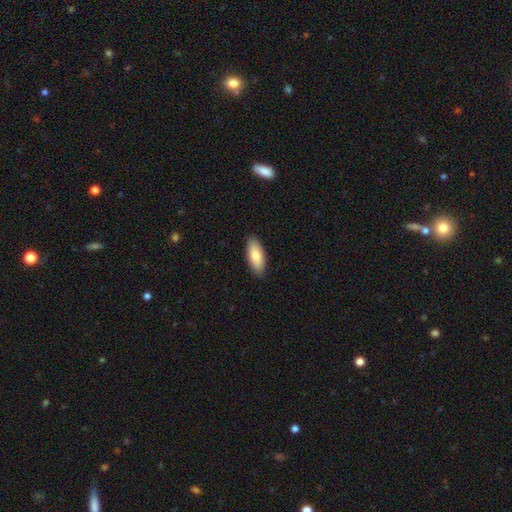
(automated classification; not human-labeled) smooth_or_featured: smooth (p=0.80) [alt: featured or disk p=0.14]
how_rounded: in between (p=0.79) [alt: cigar-shaped p=0.19]
merging: none (p=0.89) [alt: minor disturbance p=0.08]